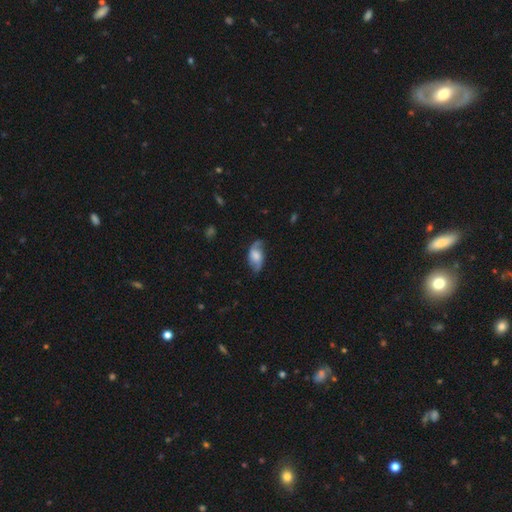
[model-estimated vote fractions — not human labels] smooth_or_featured: featured or disk (p=0.57) [alt: smooth p=0.36]
disk_edge_on: no (p=0.94) [alt: yes p=0.06]
bar: no (p=0.54) [alt: weak p=0.36]
has_spiral_arms: yes (p=0.89) [alt: no p=0.11]
bulge_size: moderate (p=0.34) [alt: small p=0.25]
merging: none (p=0.61) [alt: minor disturbance p=0.26]